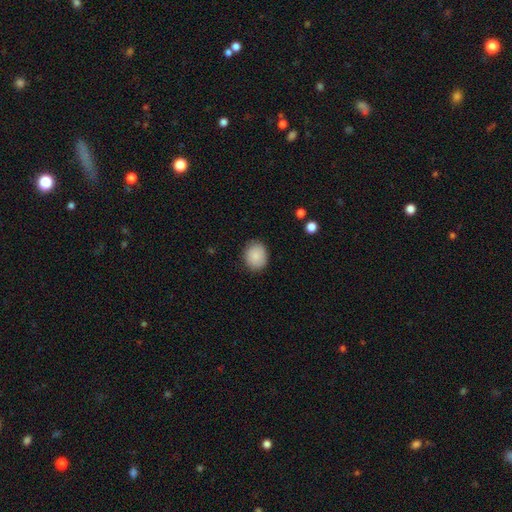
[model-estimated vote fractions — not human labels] smooth 87%, star or artifact 7%, featured or disk 6%. Down the decision tree: how rounded — round (64%); merging — none (86%).